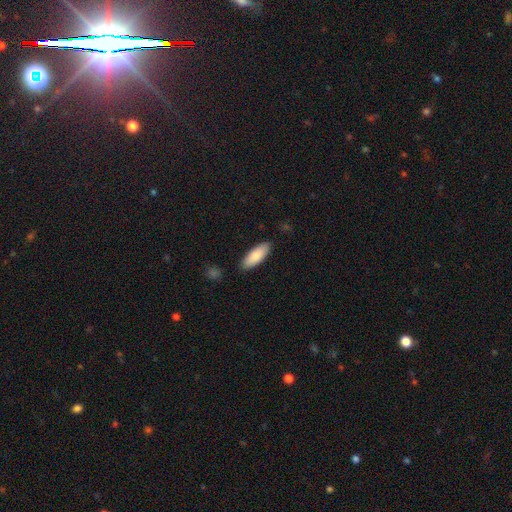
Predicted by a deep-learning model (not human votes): Smooth or featured?
  - smooth: 84% *
  - featured or disk: 11%
  - star or artifact: 5%
How rounded?
  - in between: 74% *
  - cigar-shaped: 24%
  - round: 2%
Merging?
  - none: 87% *
  - minor disturbance: 10%
  - major disturbance: 2%
  - merger: 2%